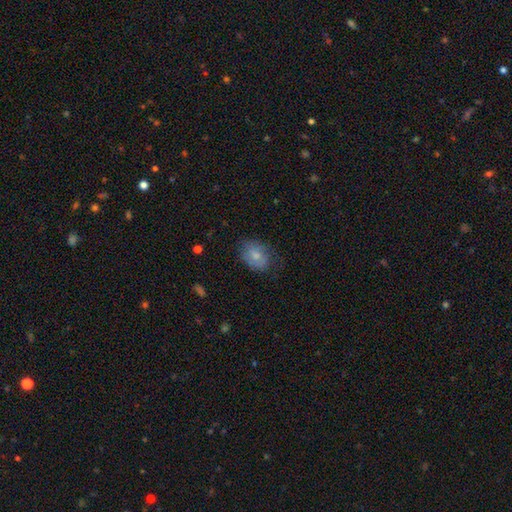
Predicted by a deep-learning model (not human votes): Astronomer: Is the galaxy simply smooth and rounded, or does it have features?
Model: smooth — 69%.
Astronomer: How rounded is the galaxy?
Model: in between — 67%.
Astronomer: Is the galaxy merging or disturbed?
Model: none — 67%.